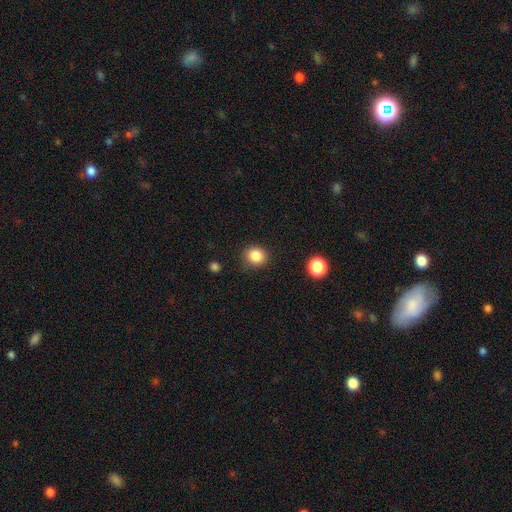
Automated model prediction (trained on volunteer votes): smooth 85%, star or artifact 11%, featured or disk 4%. Down the decision tree: how rounded — round (87%); merging — none (85%).